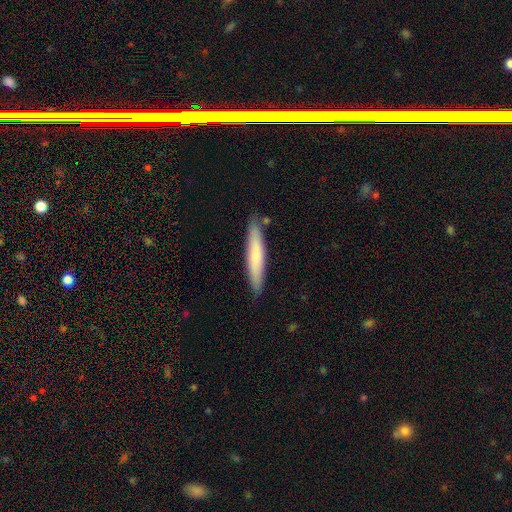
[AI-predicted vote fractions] Overall: smooth (71%). How rounded: cigar-shaped (90%). Merging: none (85%).